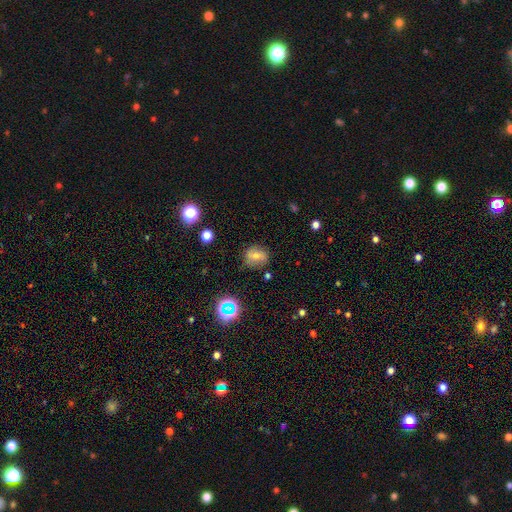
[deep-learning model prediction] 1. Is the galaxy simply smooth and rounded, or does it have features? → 54% smooth, 31% featured or disk, 15% star or artifact.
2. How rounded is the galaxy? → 66% round, 32% in between, 2% cigar-shaped.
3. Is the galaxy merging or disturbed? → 73% none, 18% minor disturbance, 6% major disturbance, 3% merger.